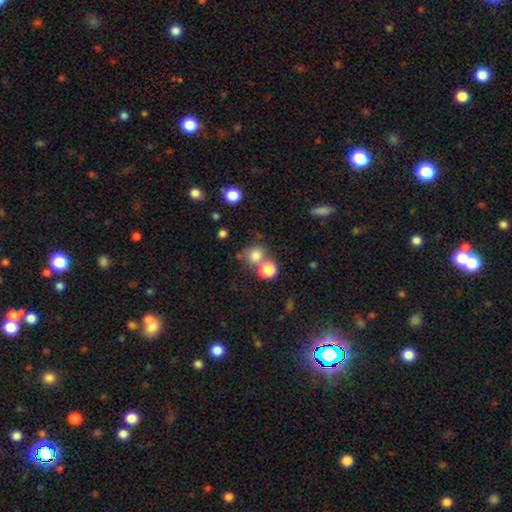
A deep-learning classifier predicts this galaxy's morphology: A smooth galaxy with no disk features (78%) that is round (82%).

Vote fractions:
- Smooth or featured? smooth: 78% / star or artifact: 14% / featured or disk: 8%
- How rounded? round: 82% / in between: 17% / cigar-shaped: 1%
- Merging? none: 56% / merger: 27% / minor disturbance: 11% / major disturbance: 5%